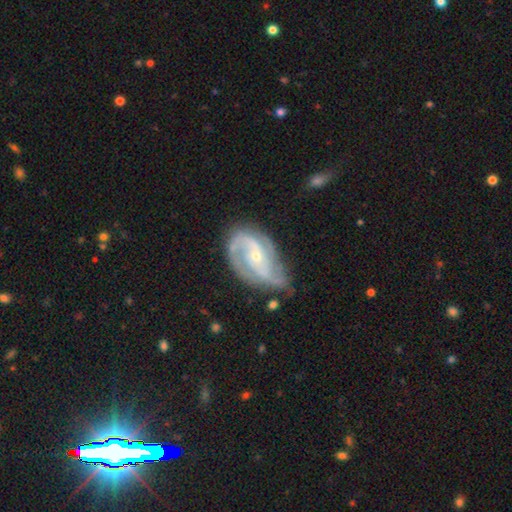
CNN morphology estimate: smooth-or-featured: featured or disk: 87% | smooth: 8% | star or artifact: 5%
  disk-edge-on: no: 97% | yes: 3%
    bar: no: 53% | weak: 34% | strong: 14%
    has-spiral-arms: yes: 95% | no: 5%
      spiral-winding: medium: 49% | tight: 34% | loose: 18%
      spiral-arm-count: 2: 59% | 3: 18% | can't tell: 12% | 1: 5% | 4: 3% | more than 4: 3%
    bulge-size: small: 71% | moderate: 26% | none: 1% | large: 1% | dominant: 1%
  merging: none: 57% | minor disturbance: 27% | major disturbance: 13% | merger: 3%